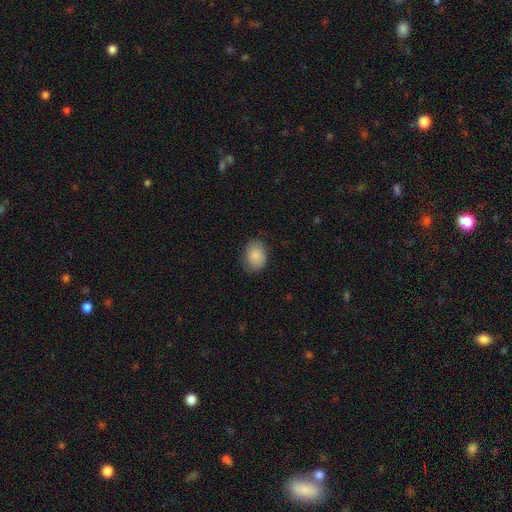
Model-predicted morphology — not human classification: A smooth galaxy with no disk features (87%) that is in between round and cigar-shaped (65%). Merging: none (78%).